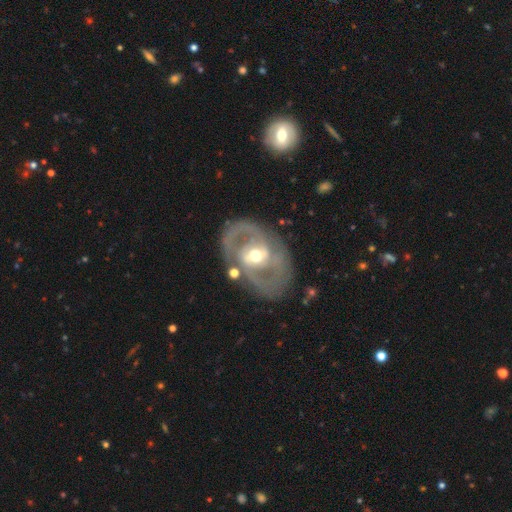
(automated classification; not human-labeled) smooth_or_featured: featured or disk (p=0.83) [alt: smooth p=0.12]
disk_edge_on: no (p=0.95) [alt: yes p=0.05]
bar: weak (p=0.41) [alt: no p=0.31]
has_spiral_arms: yes (p=0.77) [alt: no p=0.23]
spiral_winding: medium (p=0.45) [alt: tight p=0.39]
spiral_arm_count: 2 (p=0.79) [alt: can't tell p=0.11]
bulge_size: moderate (p=0.71) [alt: small p=0.18]
merging: none (p=0.75) [alt: minor disturbance p=0.14]